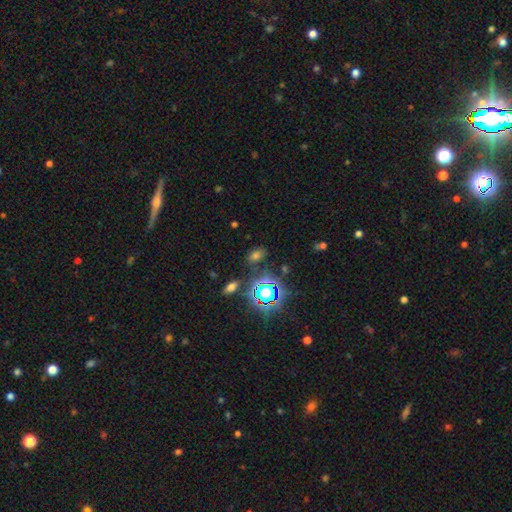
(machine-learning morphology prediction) smooth 54%, star or artifact 36%, featured or disk 9%. Down the decision tree: how rounded — in between (75%); merging — none (78%).